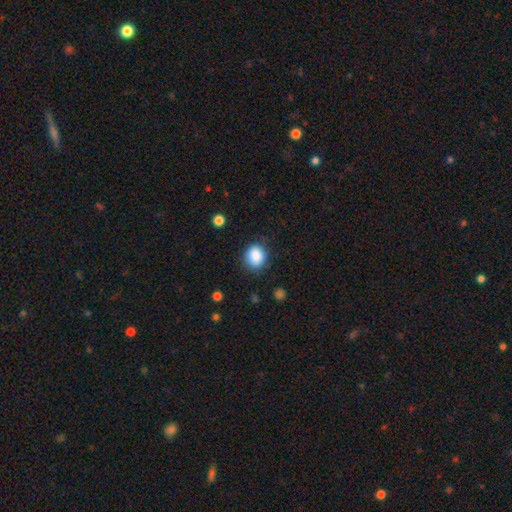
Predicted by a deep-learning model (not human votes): Morphology: type=smooth (87%); roundness=round (68%); merging=none (81%).